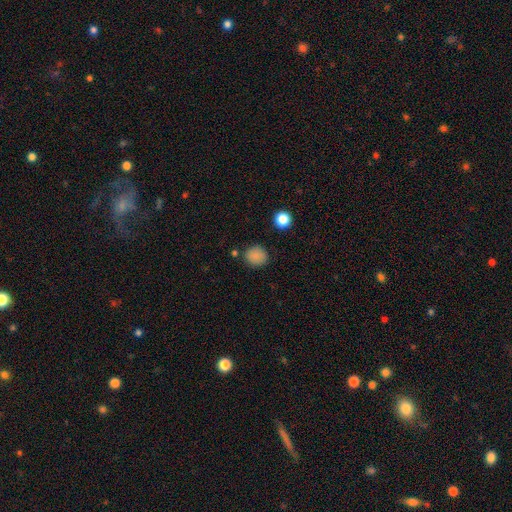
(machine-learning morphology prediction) Smooth or featured? smooth (85%)
How rounded? round (81%)
Merging? none (82%)